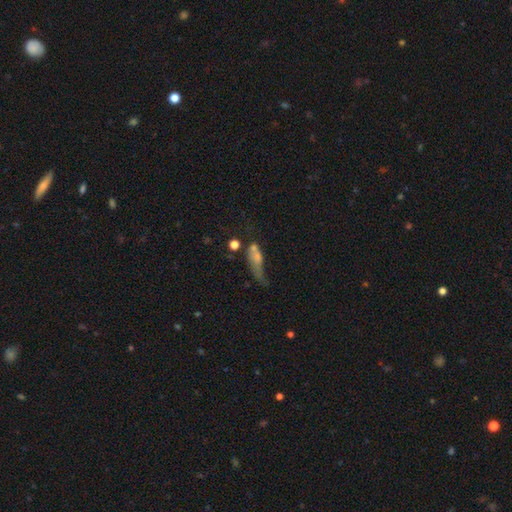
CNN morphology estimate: The model was most divided on "how rounded": in between: 52%, cigar-shaped: 40%, round: 8%. Remaining: smooth or featured — smooth (54%); merging — major disturbance (38%).